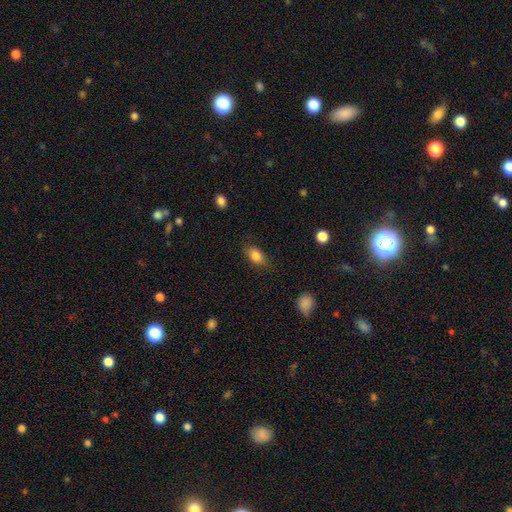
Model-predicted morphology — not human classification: type=smooth (83%); roundness=in between (84%); merging=none (80%).